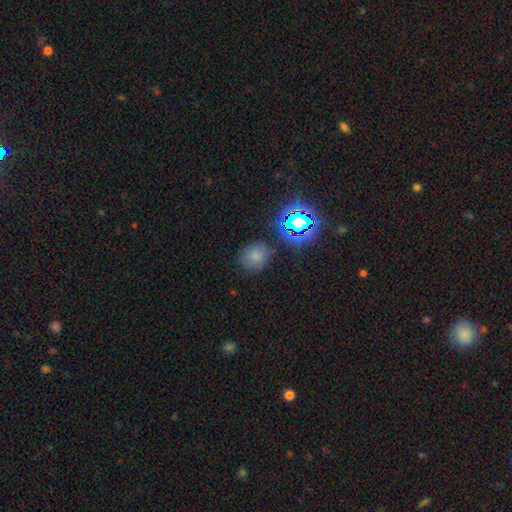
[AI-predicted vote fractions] Q: Smooth or featured?
A: smooth (70%); runner-up: star or artifact (21%)
Q: How rounded?
A: round (72%); runner-up: in between (27%)
Q: Merging?
A: none (78%); runner-up: minor disturbance (14%)